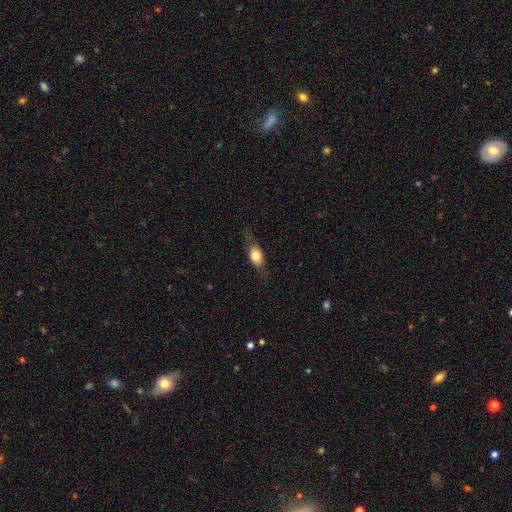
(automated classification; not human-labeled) Smooth or featured? smooth (65%)
How rounded? in between (69%)
Merging? none (71%)